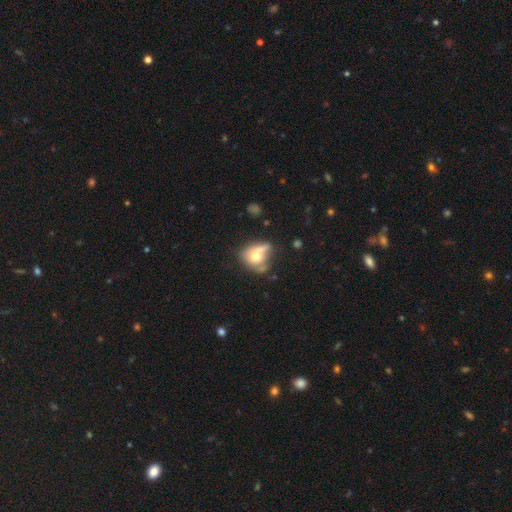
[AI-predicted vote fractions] Smooth or featured? smooth (59%)
How rounded? round (62%)
Merging? none (37%)